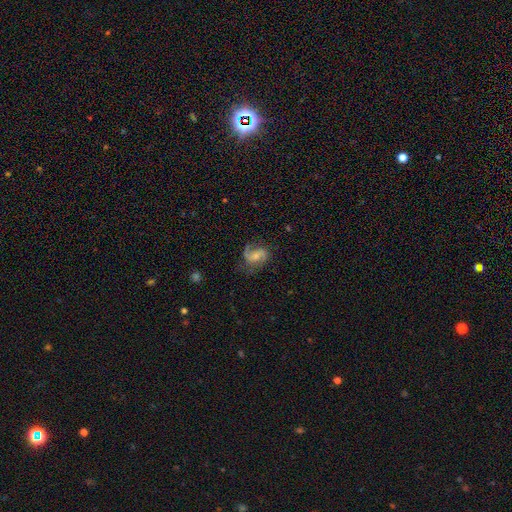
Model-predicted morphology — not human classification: Smooth or featured? Predicted: featured or disk (p=0.79). Edge-on disk? Predicted: no (p=0.98). Bar? Predicted: no (p=0.46). Spiral arms? Predicted: yes (p=0.95). Spiral winding? Predicted: medium (p=0.48). Spiral arm count? Predicted: 2 (p=0.81). Bulge size? Predicted: small (p=0.42). Merging? Predicted: none (p=0.63).